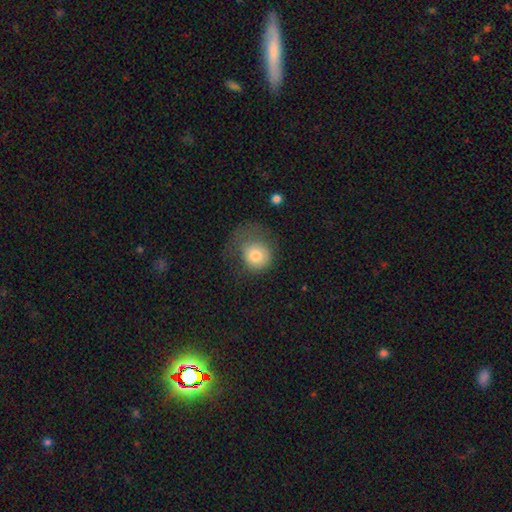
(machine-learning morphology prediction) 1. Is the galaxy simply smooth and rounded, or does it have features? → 76% smooth, 15% featured or disk, 9% star or artifact.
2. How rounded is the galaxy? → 80% round, 20% in between, 1% cigar-shaped.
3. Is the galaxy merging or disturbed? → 41% major disturbance, 33% none, 24% minor disturbance, 2% merger.